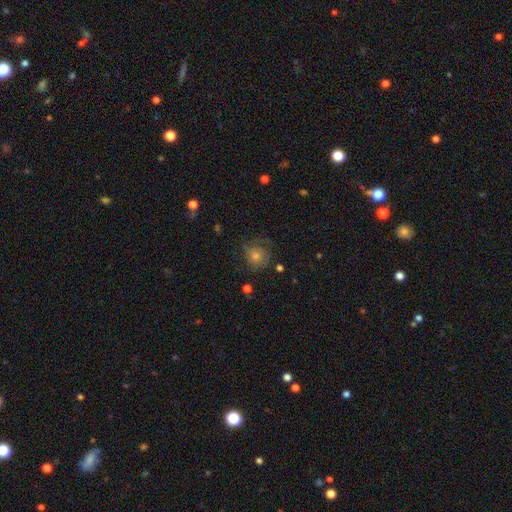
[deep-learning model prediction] Smooth or featured? Predicted: smooth (p=0.43). Merging? Predicted: none (p=0.66).